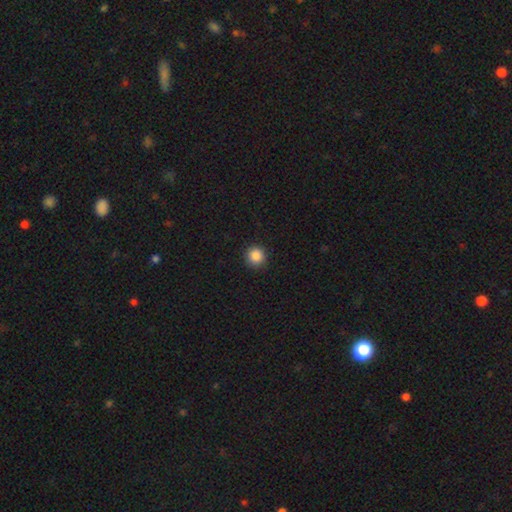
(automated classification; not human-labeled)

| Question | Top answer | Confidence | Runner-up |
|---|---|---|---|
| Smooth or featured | smooth | 88% | star or artifact (10%) |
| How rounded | round | 95% | in between (4%) |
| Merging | none | 92% | minor disturbance (5%) |